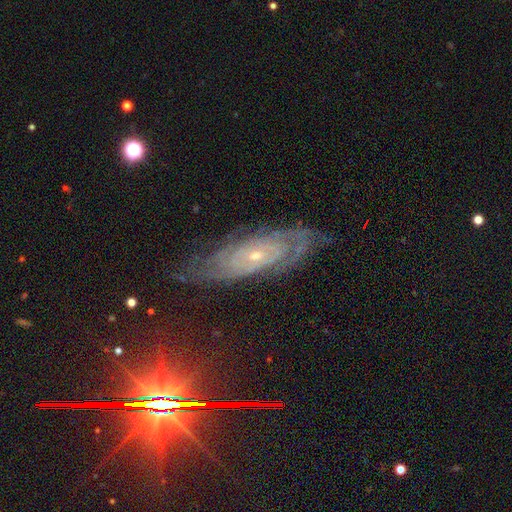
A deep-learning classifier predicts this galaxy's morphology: Smooth or featured?
  - featured or disk: 80% *
  - star or artifact: 11%
  - smooth: 9%
Edge-on disk?
  - no: 88% *
  - yes: 12%
Bar?
  - no: 72% *
  - weak: 21%
  - strong: 7%
Spiral arms?
  - yes: 94% *
  - no: 6%
Spiral winding?
  - tight: 75% *
  - medium: 20%
  - loose: 5%
Spiral arm count?
  - can't tell: 47% *
  - 2: 25%
  - 3: 10%
  - 4: 7%
  - more than 4: 5%
  - 1: 5%
Bulge size?
  - small: 80% *
  - moderate: 17%
  - none: 2%
  - large: 1%
  - dominant: 1%
Merging?
  - none: 74% *
  - minor disturbance: 19%
  - major disturbance: 6%
  - merger: 1%